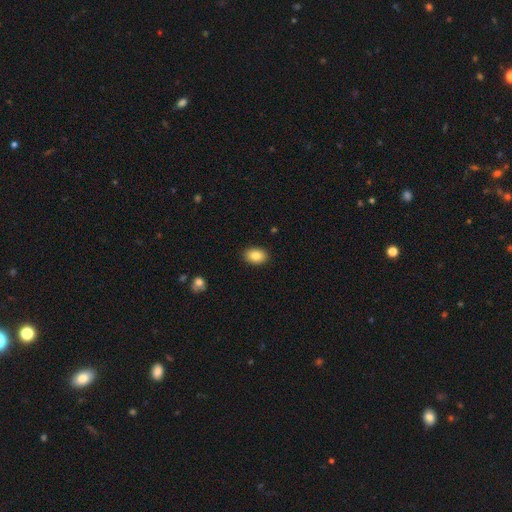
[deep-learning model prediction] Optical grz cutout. It shows a smooth galaxy with no disk features (85%) that is in between round and cigar-shaped (79%). Merging: none (90%).